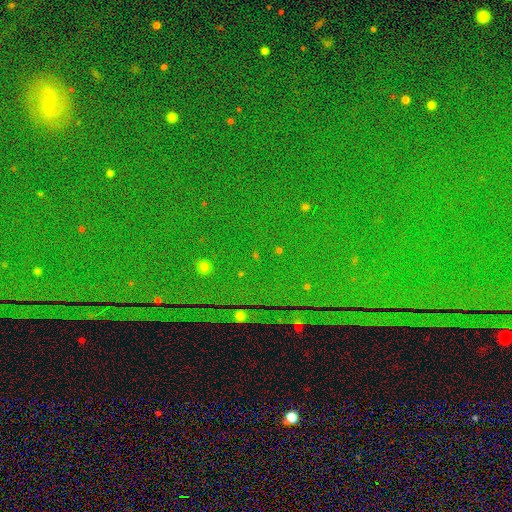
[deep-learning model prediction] smooth_or_featured: star or artifact (p=0.86) [alt: smooth p=0.07]